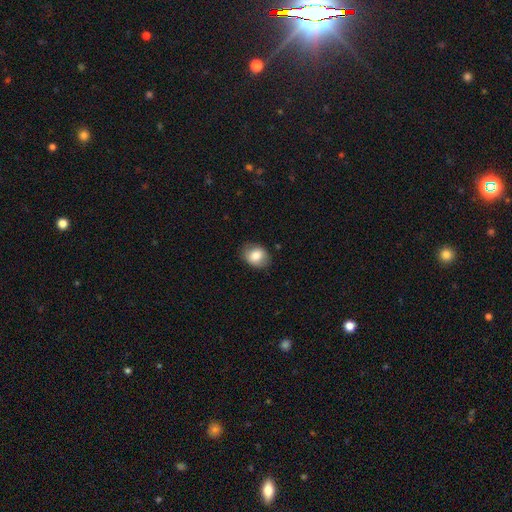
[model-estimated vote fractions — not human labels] This is likely a smooth galaxy (80%). How rounded: possibly in between (57%). Merging: clearly none (81%).